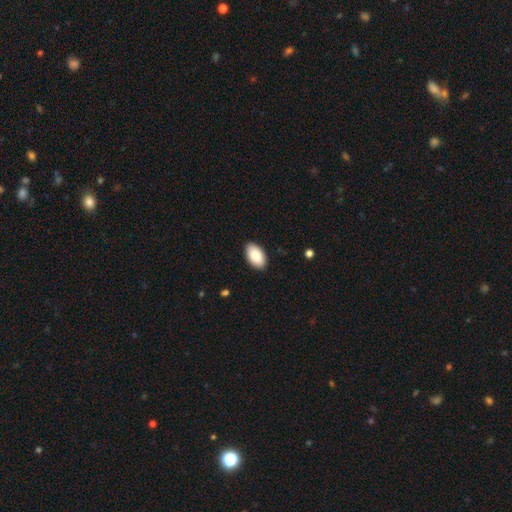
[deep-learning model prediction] smooth-or-featured: smooth: 89% | star or artifact: 6% | featured or disk: 5%
  how-rounded: in between: 96% | round: 3% | cigar-shaped: 1%
  merging: none: 90% | minor disturbance: 8% | major disturbance: 2% | merger: 1%